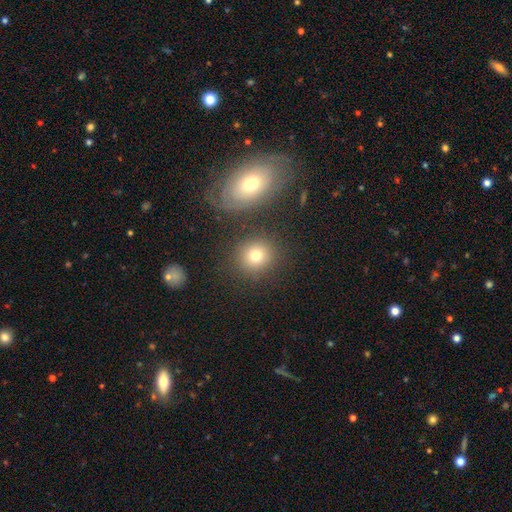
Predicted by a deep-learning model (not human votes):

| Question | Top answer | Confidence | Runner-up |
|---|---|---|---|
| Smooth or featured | smooth | 77% | star or artifact (12%) |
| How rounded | round | 86% | in between (12%) |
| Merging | none | 81% | minor disturbance (9%) |